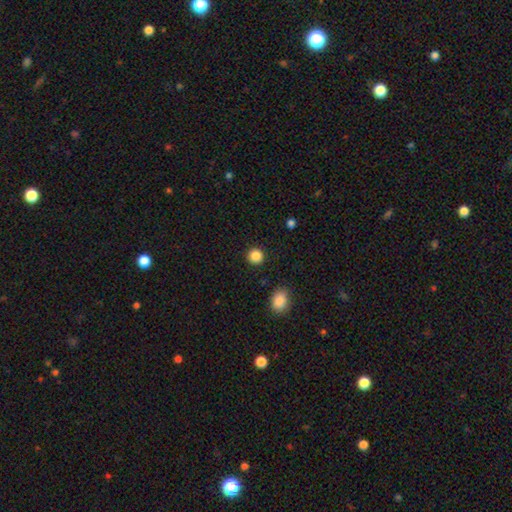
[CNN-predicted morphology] This is clearly a smooth galaxy (86%). How rounded: clearly round (92%). Merging: clearly none (91%).